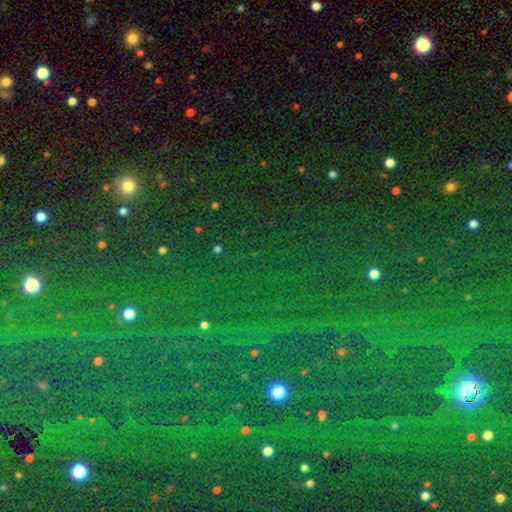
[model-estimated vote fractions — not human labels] A star or artifact, not a galaxy (82%).

Vote fractions:
- Smooth or featured? star or artifact: 82% / smooth: 11% / featured or disk: 7%